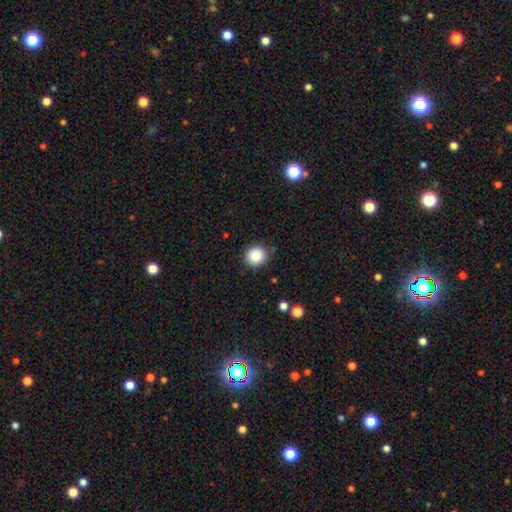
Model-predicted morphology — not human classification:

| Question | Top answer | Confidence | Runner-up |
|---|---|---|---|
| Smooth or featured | smooth | 86% | star or artifact (10%) |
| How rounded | round | 87% | in between (12%) |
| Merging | none | 87% | minor disturbance (9%) |